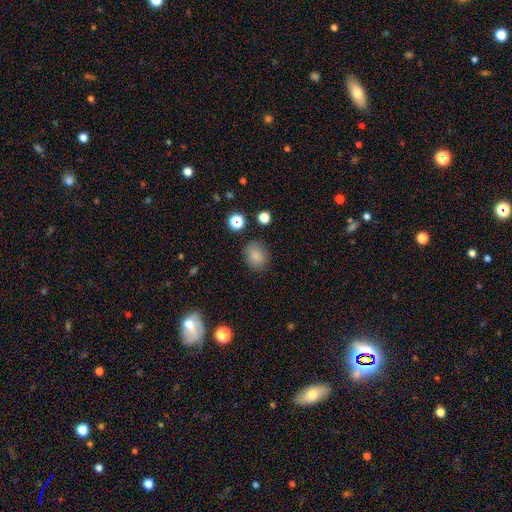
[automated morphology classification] smooth_or_featured: smooth (p=0.82) [alt: star or artifact p=0.12]
how_rounded: round (p=0.60) [alt: in between p=0.39]
merging: none (p=0.84) [alt: minor disturbance p=0.11]